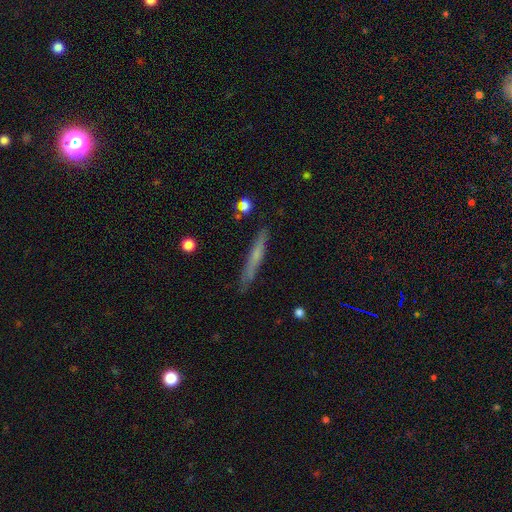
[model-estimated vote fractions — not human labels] smooth 51%, featured or disk 43%, star or artifact 7%. Down the decision tree: how rounded — cigar-shaped (95%); merging — none (87%).